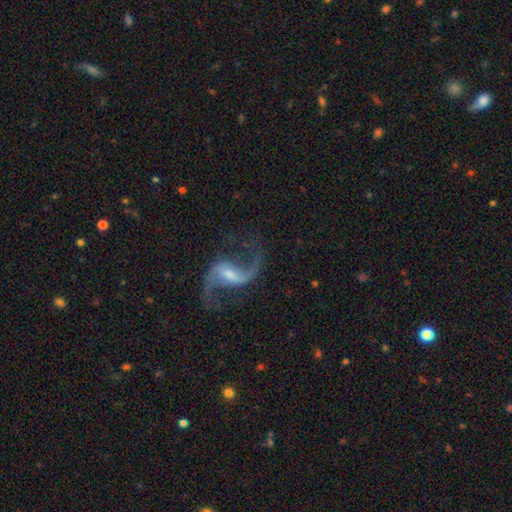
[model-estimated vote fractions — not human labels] Morphology: type=featured or disk (90%); edge-on=no (97%); bar=weak (46%); spiral arms=yes (98%); winding=loose (77%); arm count=2 (94%); bulge=small (53%); merging=none (80%).